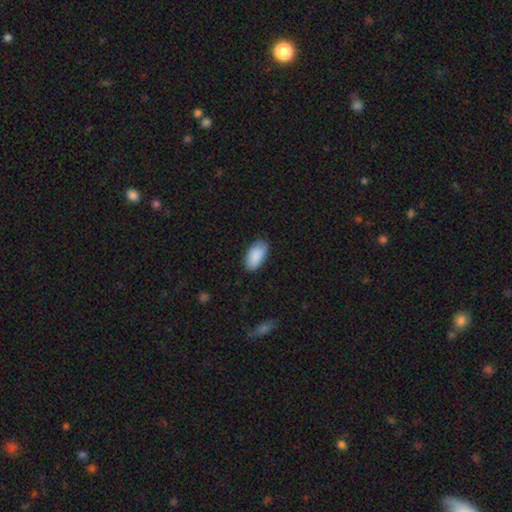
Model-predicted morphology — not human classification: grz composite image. It shows a smooth galaxy with no disk features (90%) that is in between round and cigar-shaped (94%). Merging: none (82%).